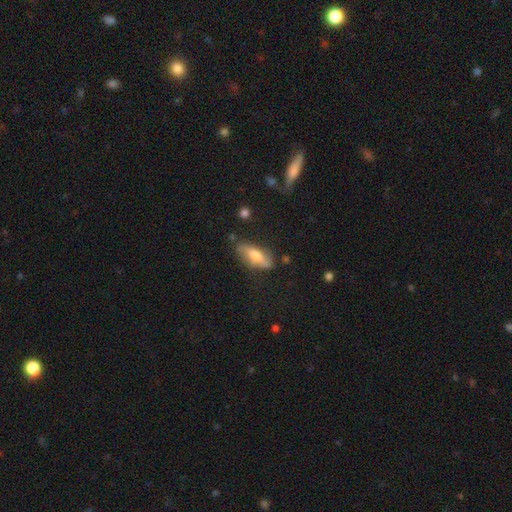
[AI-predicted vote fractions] smooth_or_featured: smooth (p=0.55) [alt: featured or disk p=0.37]
how_rounded: in between (p=0.62) [alt: cigar-shaped p=0.35]
merging: none (p=0.69) [alt: minor disturbance p=0.22]